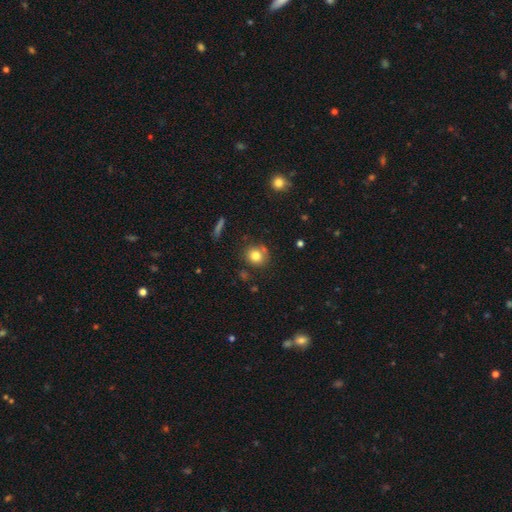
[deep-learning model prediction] Smooth or featured: smooth — 80% (star or artifact — 11%)
How rounded: round — 85% (in between — 14%)
Merging: none — 75% (minor disturbance — 14%)